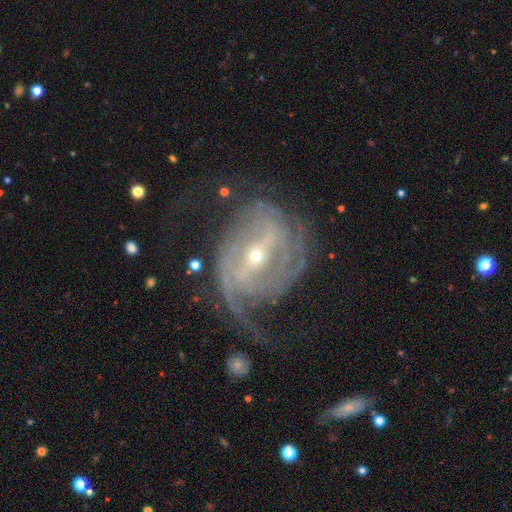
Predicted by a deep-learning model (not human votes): smooth-or-featured: featured or disk: 89% | star or artifact: 6% | smooth: 5%
  disk-edge-on: no: 96% | yes: 4%
    bar: strong: 52% | weak: 35% | no: 13%
    has-spiral-arms: yes: 95% | no: 5%
      spiral-winding: medium: 41% | tight: 36% | loose: 22%
      spiral-arm-count: 2: 47% | can't tell: 21% | 3: 13% | 1: 8% | 4: 6% | more than 4: 5%
    bulge-size: small: 70% | moderate: 27% | large: 1% | none: 1% | dominant: 1%
  merging: none: 48% | major disturbance: 29% | minor disturbance: 20% | merger: 3%